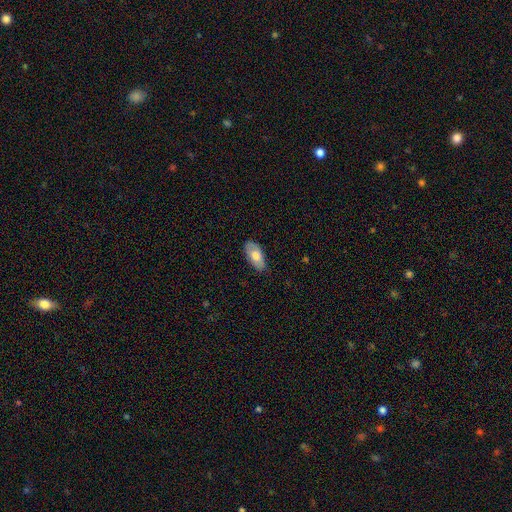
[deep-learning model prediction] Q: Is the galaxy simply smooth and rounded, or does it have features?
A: smooth — 68%.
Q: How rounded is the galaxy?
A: in between — 93%.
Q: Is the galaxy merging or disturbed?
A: none — 82%.